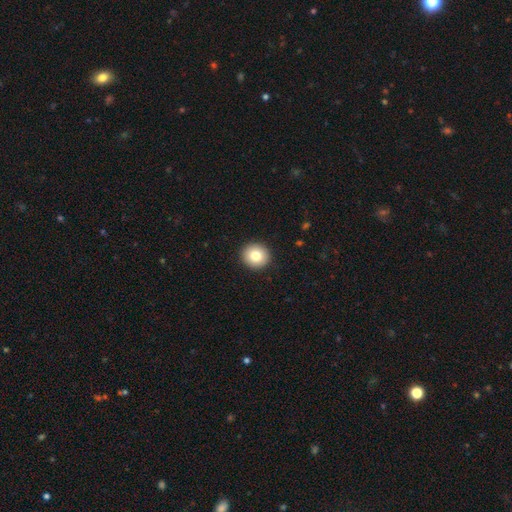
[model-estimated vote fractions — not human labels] This appears to be a smooth galaxy with no disk features (80%) that is round (93%). Merging: none (93%).